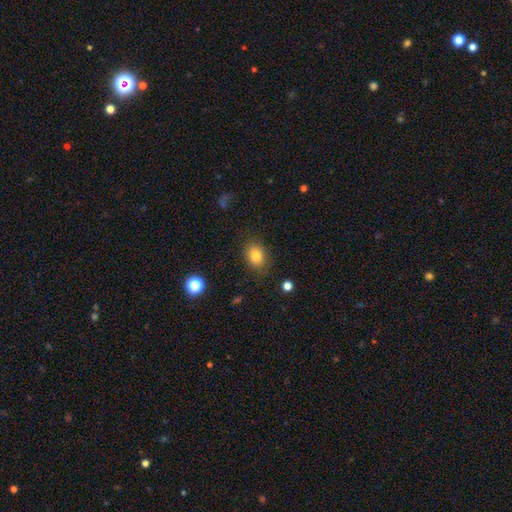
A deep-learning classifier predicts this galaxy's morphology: Smooth or featured: smooth — 82% (star or artifact — 10%)
How rounded: in between — 68% (round — 31%)
Merging: none — 84% (minor disturbance — 11%)